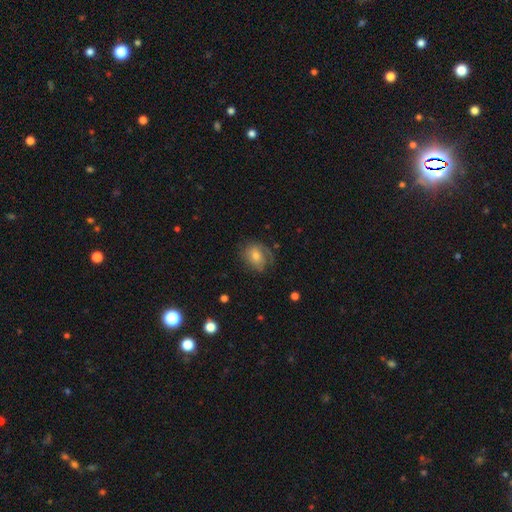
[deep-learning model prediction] Smooth or featured? featured or disk (45%)
Merging? none (62%)